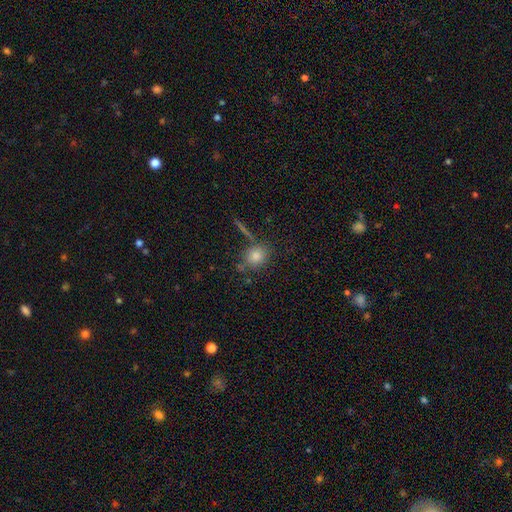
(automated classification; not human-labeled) Smooth or featured: smooth — 78% (star or artifact — 12%)
How rounded: round — 70% (in between — 27%)
Merging: none — 71% (minor disturbance — 14%)